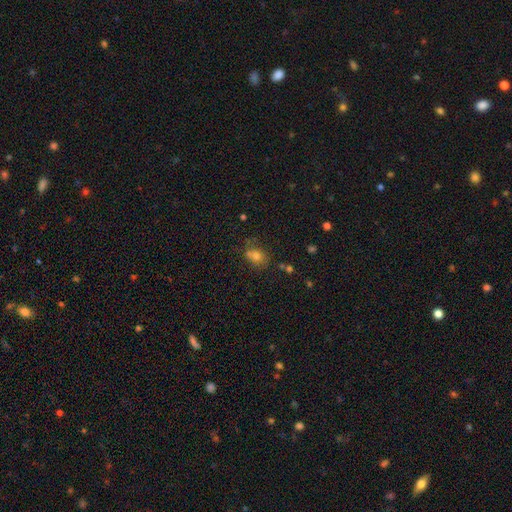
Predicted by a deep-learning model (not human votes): Smooth or featured?
  - smooth: 67% *
  - star or artifact: 20%
  - featured or disk: 13%
How rounded?
  - round: 50% *
  - in between: 48%
  - cigar-shaped: 2%
Merging?
  - none: 60% *
  - minor disturbance: 17%
  - merger: 17%
  - major disturbance: 6%